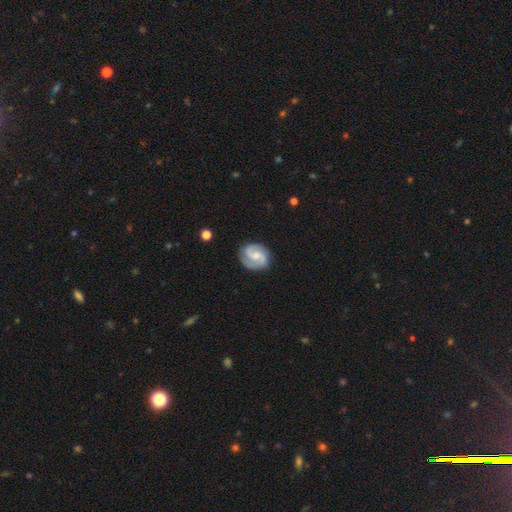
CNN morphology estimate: A featured or disk galaxy (81%) with a weak bar (50%), 2 (89%) medium (51%) spiral arms (96%) and a small central bulge (41%).

Vote fractions:
- Smooth or featured? featured or disk: 81% / smooth: 14% / star or artifact: 5%
- Edge-on disk? no: 98% / yes: 2%
- Bar? weak: 50% / no: 38% / strong: 12%
- Spiral arms? yes: 96% / no: 4%
- Spiral winding? medium: 51% / tight: 29% / loose: 20%
- Spiral arm count? 2: 89% / can't tell: 4% / 3: 3% / 1: 2% / 4: 1% / more than 4: 1%
- Bulge size? small: 41% / moderate: 40% / none: 13% / large: 4% / dominant: 1%
- Merging? none: 82% / minor disturbance: 13% / major disturbance: 4% / merger: 1%